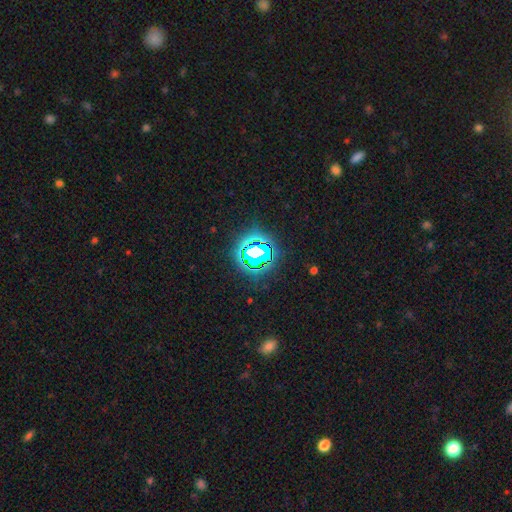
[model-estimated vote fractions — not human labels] Smooth or featured? Predicted: star or artifact (p=0.80).